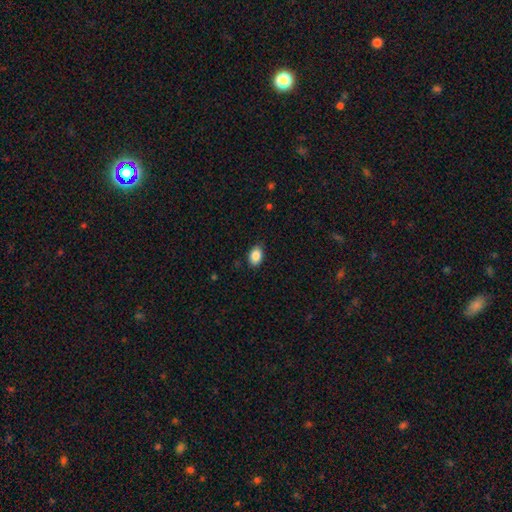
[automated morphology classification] Overall: smooth (88%). How rounded: in between (83%). Merging: none (84%).